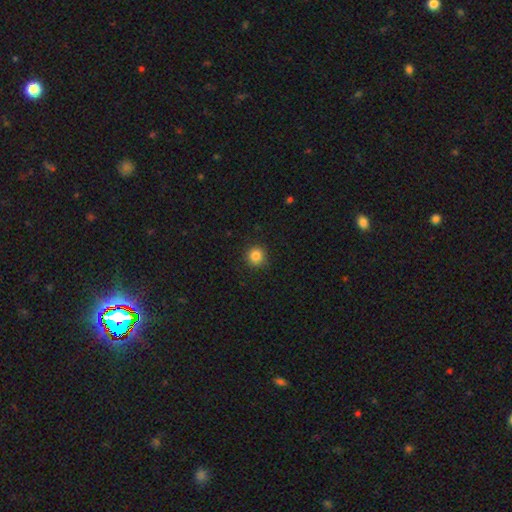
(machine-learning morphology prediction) type=smooth (85%); roundness=round (93%); merging=none (89%).